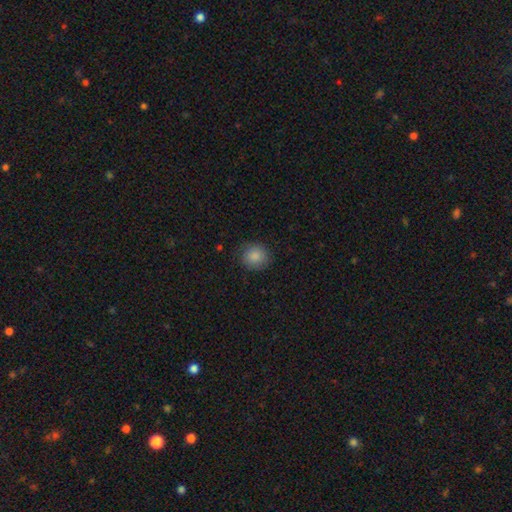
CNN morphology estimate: Smooth or featured?
  - smooth: 86% *
  - star or artifact: 8%
  - featured or disk: 6%
How rounded?
  - round: 88% *
  - in between: 12%
  - cigar-shaped: 1%
Merging?
  - none: 84% *
  - minor disturbance: 12%
  - major disturbance: 3%
  - merger: 1%